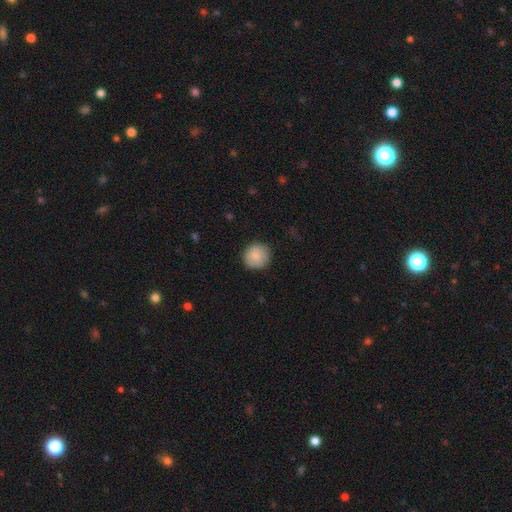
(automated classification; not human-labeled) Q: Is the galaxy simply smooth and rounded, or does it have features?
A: smooth — 85%.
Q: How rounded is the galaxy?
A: round — 93%.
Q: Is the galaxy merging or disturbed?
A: none — 85%.